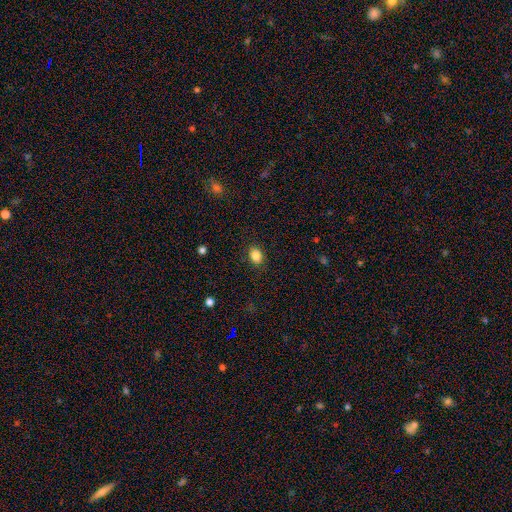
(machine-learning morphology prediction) A smooth galaxy with no disk features (85%) that is in between round and cigar-shaped (56%).

Vote fractions:
- Smooth or featured? smooth: 85% / star or artifact: 10% / featured or disk: 5%
- How rounded? in between: 56% / round: 43% / cigar-shaped: 1%
- Merging? none: 87% / minor disturbance: 9% / major disturbance: 2% / merger: 1%